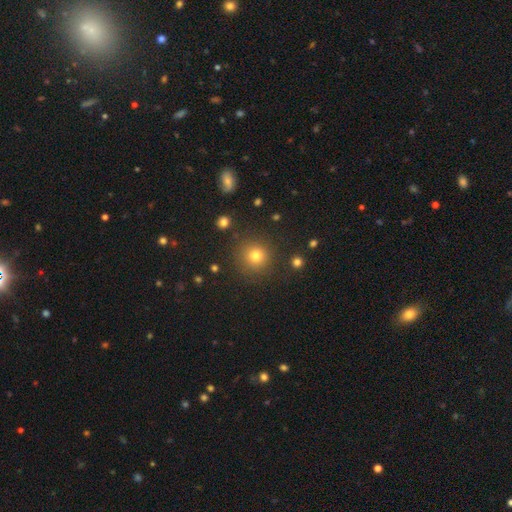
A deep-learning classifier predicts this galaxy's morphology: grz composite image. It shows a smooth galaxy with no disk features (78%) that is round (94%). Merging: none (87%).